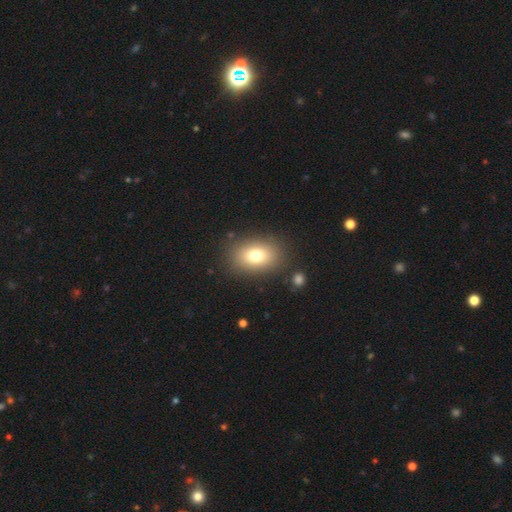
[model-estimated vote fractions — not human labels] Overall: smooth (75%). How rounded: in between (75%). Merging: none (84%).